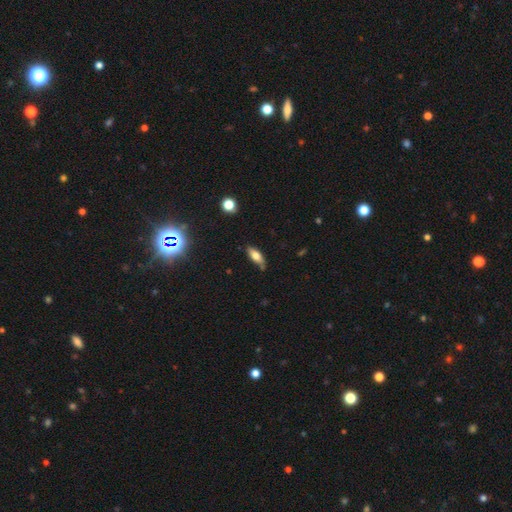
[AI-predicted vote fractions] Q: Smooth or featured?
A: smooth (70%); runner-up: featured or disk (22%)
Q: How rounded?
A: in between (72%); runner-up: cigar-shaped (25%)
Q: Merging?
A: none (68%); runner-up: minor disturbance (24%)